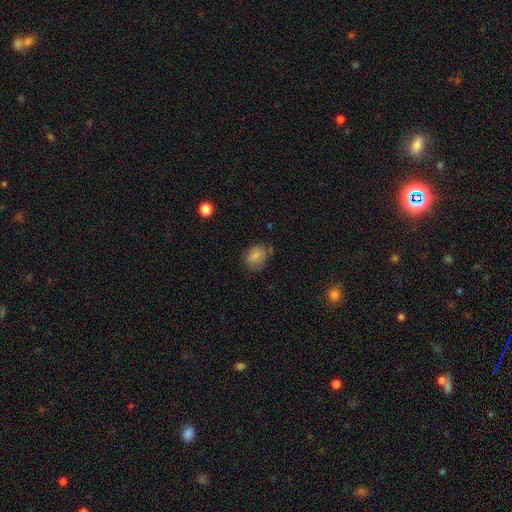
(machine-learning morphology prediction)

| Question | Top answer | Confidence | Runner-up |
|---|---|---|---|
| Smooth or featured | smooth | 79% | featured or disk (11%) |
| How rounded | in between | 59% | round (40%) |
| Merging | none | 62% | minor disturbance (26%) |